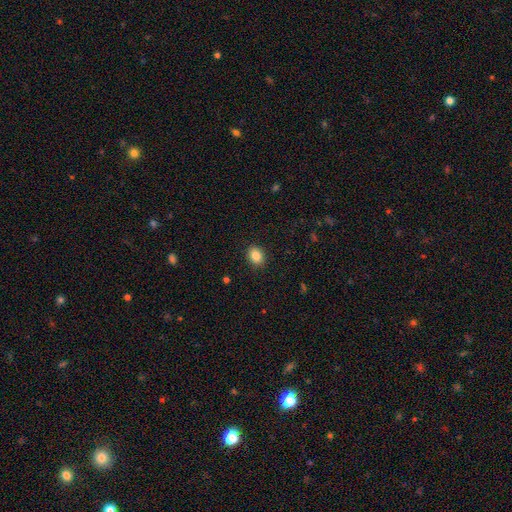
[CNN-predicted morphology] smooth_or_featured: smooth (p=0.86) [alt: star or artifact p=0.09]
how_rounded: in between (p=0.54) [alt: round p=0.45]
merging: none (p=0.90) [alt: minor disturbance p=0.07]